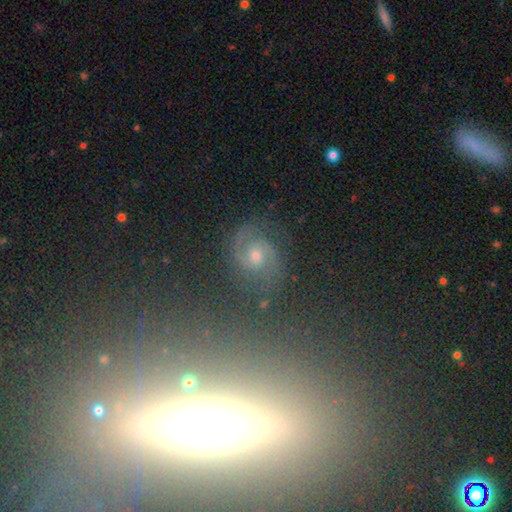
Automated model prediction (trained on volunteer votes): smooth_or_featured: featured or disk (p=0.82) [alt: star or artifact p=0.10]
disk_edge_on: no (p=0.98) [alt: yes p=0.02]
bar: no (p=0.60) [alt: weak p=0.34]
has_spiral_arms: yes (p=0.97) [alt: no p=0.03]
spiral_winding: medium (p=0.55) [alt: tight p=0.32]
spiral_arm_count: 2 (p=0.90) [alt: can't tell p=0.04]
bulge_size: moderate (p=0.63) [alt: small p=0.30]
merging: none (p=0.78) [alt: minor disturbance p=0.13]